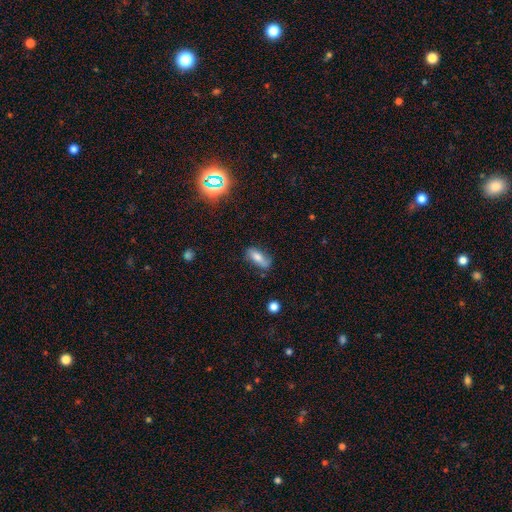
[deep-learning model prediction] smooth-or-featured: smooth: 68% | featured or disk: 23% | star or artifact: 10%
  how-rounded: in between: 72% | cigar-shaped: 25% | round: 4%
  merging: none: 70% | minor disturbance: 21% | major disturbance: 6% | merger: 3%